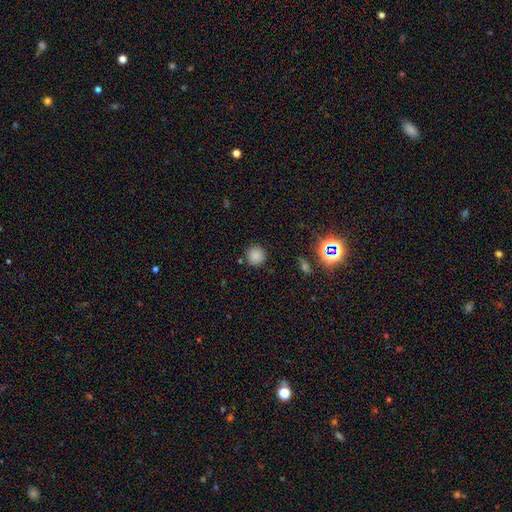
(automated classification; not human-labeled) Overall: smooth (82%). How rounded: round (94%). Merging: none (88%).